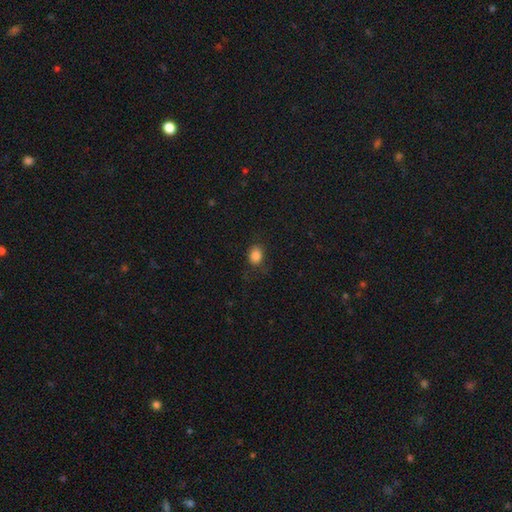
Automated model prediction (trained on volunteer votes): This is clearly a smooth galaxy (84%). How rounded: possibly in between (52%). Merging: likely none (73%).